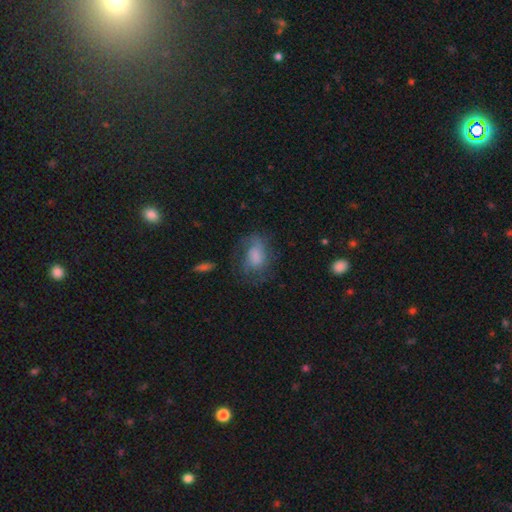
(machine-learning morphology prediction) This is possibly a smooth galaxy (48%). Merging: possibly none (49%).